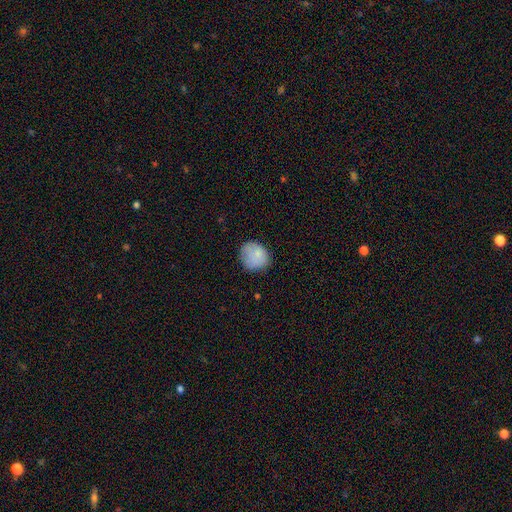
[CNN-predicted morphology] smooth_or_featured: smooth (p=0.81) [alt: featured or disk p=0.11]
how_rounded: round (p=0.74) [alt: in between p=0.25]
merging: none (p=0.70) [alt: minor disturbance p=0.23]